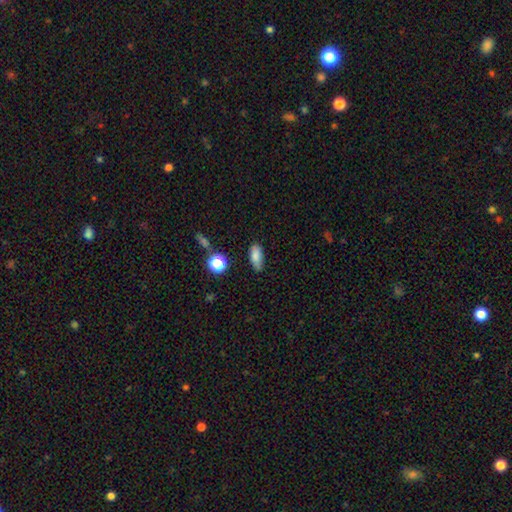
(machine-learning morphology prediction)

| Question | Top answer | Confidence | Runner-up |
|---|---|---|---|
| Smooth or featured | smooth | 81% | star or artifact (10%) |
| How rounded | in between | 81% | cigar-shaped (13%) |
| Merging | none | 72% | minor disturbance (21%) |